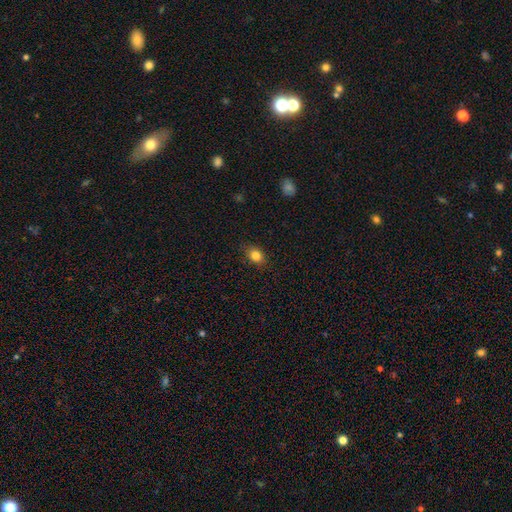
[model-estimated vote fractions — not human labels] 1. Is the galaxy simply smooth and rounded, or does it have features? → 83% smooth, 11% star or artifact, 7% featured or disk.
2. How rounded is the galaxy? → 58% in between, 40% round, 1% cigar-shaped.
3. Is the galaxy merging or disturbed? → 85% none, 11% minor disturbance, 2% major disturbance, 1% merger.